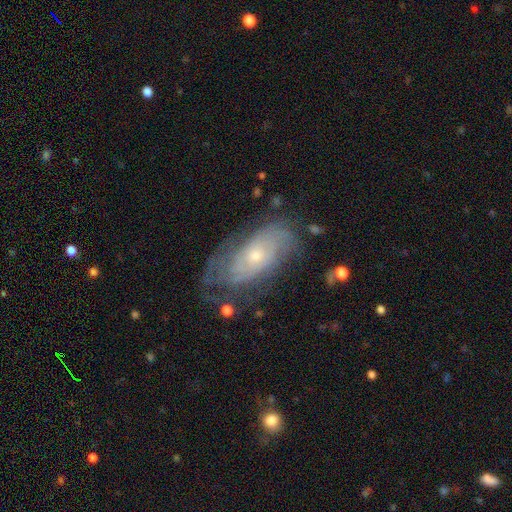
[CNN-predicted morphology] The model was most divided on "bulge size": small: 63%, moderate: 33%, large: 2%, none: 2%, dominant: 1%. More confident: edge-on disk — no (91%); spiral arms — yes (84%); bar — no (79%); smooth or featured — featured or disk (73%); merging — none (64%); spiral winding — tight (62%); spiral arm count — can't tell (57%).